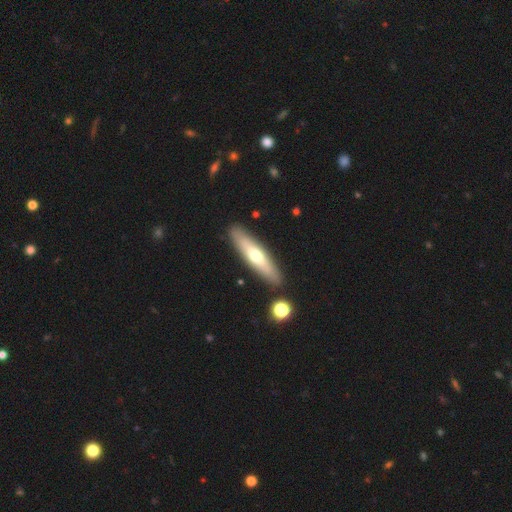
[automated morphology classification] Q: Smooth or featured?
A: smooth (52%); runner-up: featured or disk (43%)
Q: How rounded?
A: cigar-shaped (78%); runner-up: in between (20%)
Q: Merging?
A: none (88%); runner-up: minor disturbance (8%)